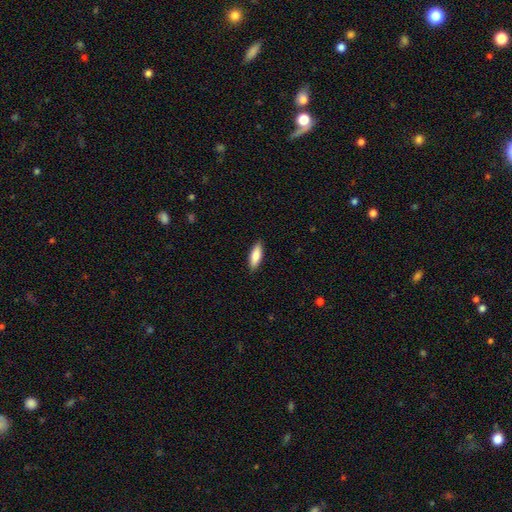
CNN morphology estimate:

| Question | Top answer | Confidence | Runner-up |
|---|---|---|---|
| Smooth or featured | smooth | 83% | featured or disk (12%) |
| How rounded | in between | 58% | cigar-shaped (41%) |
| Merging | none | 89% | minor disturbance (8%) |